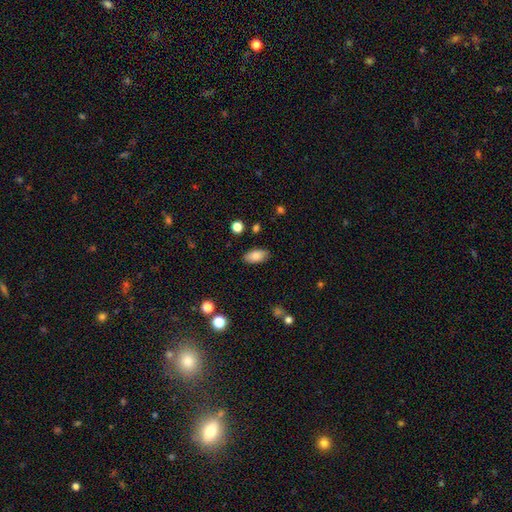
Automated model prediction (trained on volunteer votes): smooth_or_featured: smooth (p=0.84) [alt: featured or disk p=0.08]
how_rounded: in between (p=0.92) [alt: cigar-shaped p=0.05]
merging: none (p=0.86) [alt: minor disturbance p=0.10]